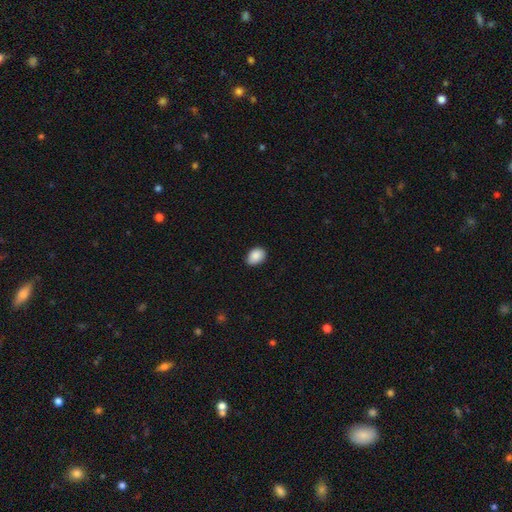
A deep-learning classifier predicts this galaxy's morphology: The model was most divided on "how rounded": in between: 76%, round: 23%, cigar-shaped: 1%. More confident: smooth or featured — smooth (88%); merging — none (80%).